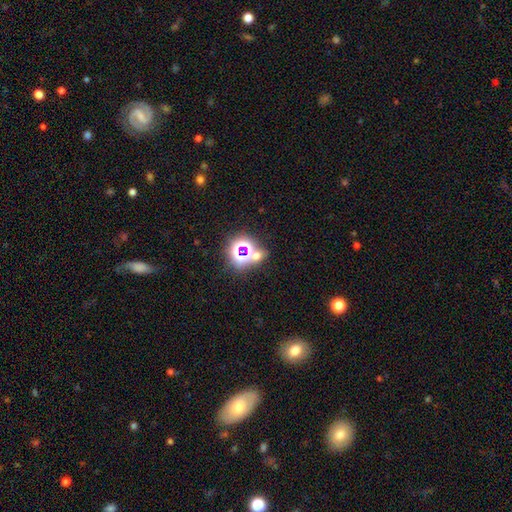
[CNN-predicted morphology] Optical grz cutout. It shows a star or artifact, not a galaxy (56%).